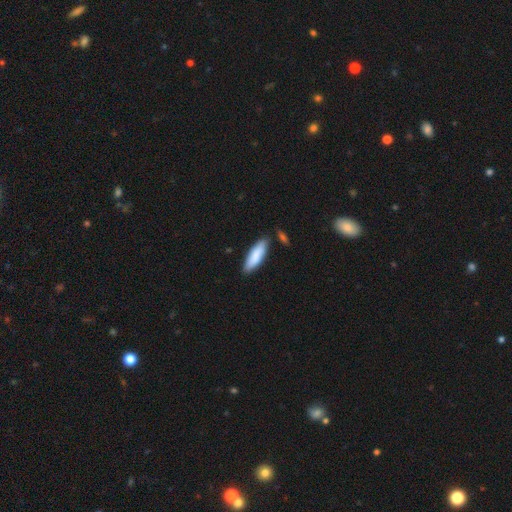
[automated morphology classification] smooth_or_featured: smooth (p=0.84) [alt: featured or disk p=0.10]
how_rounded: cigar-shaped (p=0.51) [alt: in between p=0.48]
merging: none (p=0.80) [alt: minor disturbance p=0.13]